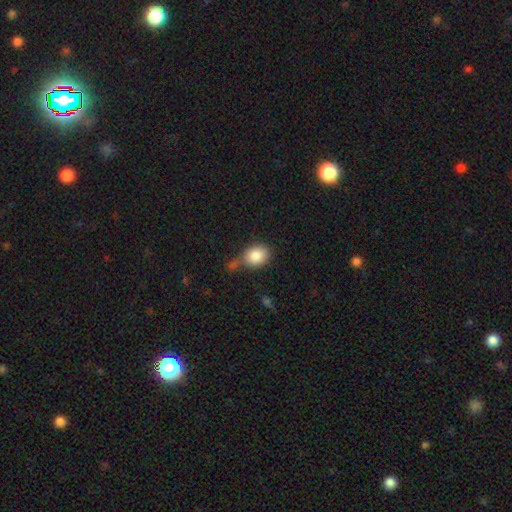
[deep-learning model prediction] This appears to be a smooth galaxy with no disk features (85%) that is in between round and cigar-shaped (60%). Merging: none (56%).